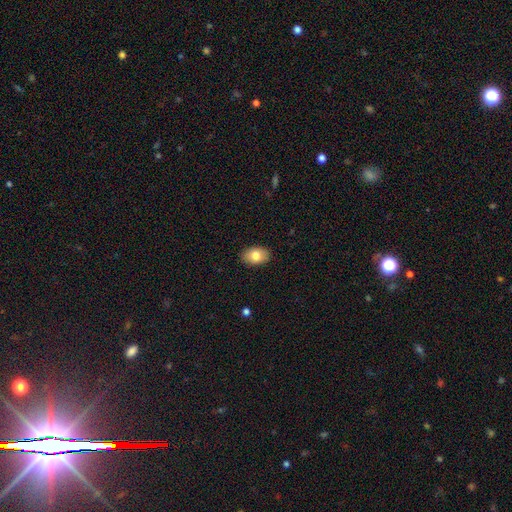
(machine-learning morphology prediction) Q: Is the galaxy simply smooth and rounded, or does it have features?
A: smooth — 80%.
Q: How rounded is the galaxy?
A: in between — 86%.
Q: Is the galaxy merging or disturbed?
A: none — 89%.